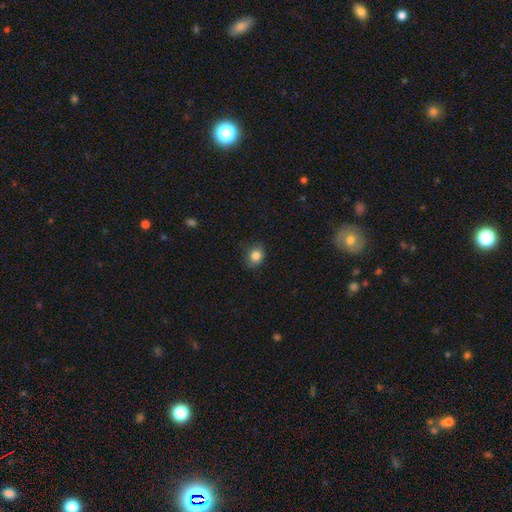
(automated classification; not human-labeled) A smooth galaxy with no disk features (84%) that is round (61%).

Vote fractions:
- Smooth or featured? smooth: 84% / star or artifact: 10% / featured or disk: 6%
- How rounded? round: 61% / in between: 38% / cigar-shaped: 1%
- Merging? none: 81% / minor disturbance: 15% / major disturbance: 3% / merger: 1%